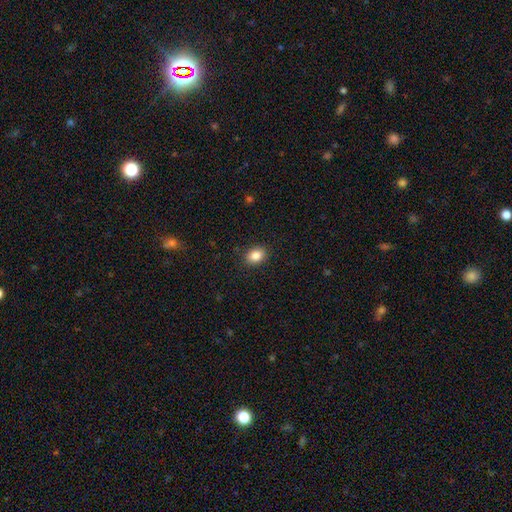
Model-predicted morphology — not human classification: Q: Smooth or featured?
A: smooth (86%); runner-up: star or artifact (9%)
Q: How rounded?
A: in between (65%); runner-up: round (34%)
Q: Merging?
A: none (89%); runner-up: minor disturbance (8%)